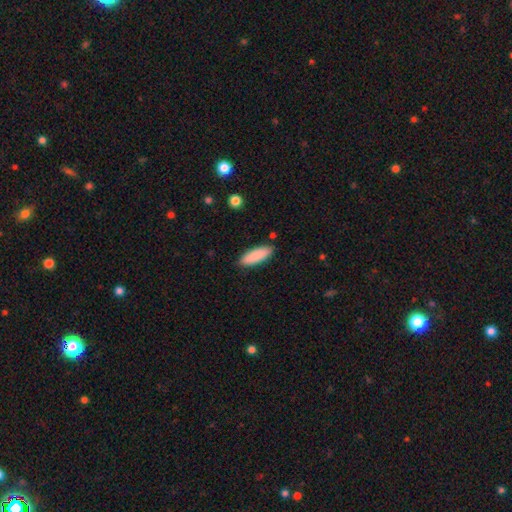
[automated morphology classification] A smooth galaxy with no disk features (89%) that is in between round and cigar-shaped (59%).

Vote fractions:
- Smooth or featured? smooth: 89% / star or artifact: 6% / featured or disk: 5%
- How rounded? in between: 59% / cigar-shaped: 39% / round: 2%
- Merging? none: 88% / minor disturbance: 9% / major disturbance: 2% / merger: 2%